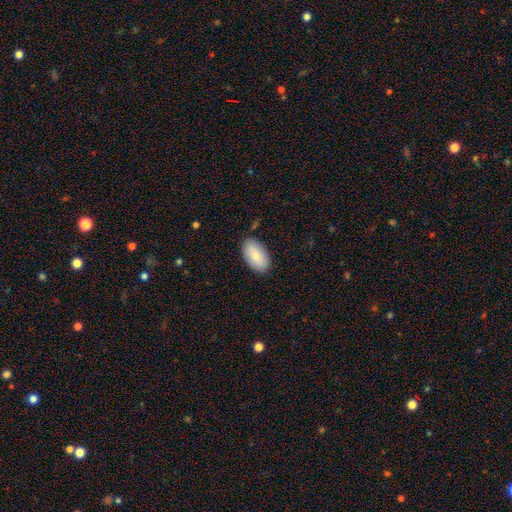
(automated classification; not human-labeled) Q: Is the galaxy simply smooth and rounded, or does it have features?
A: smooth — 76%.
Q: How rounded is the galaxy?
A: in between — 94%.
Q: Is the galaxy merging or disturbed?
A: none — 85%.